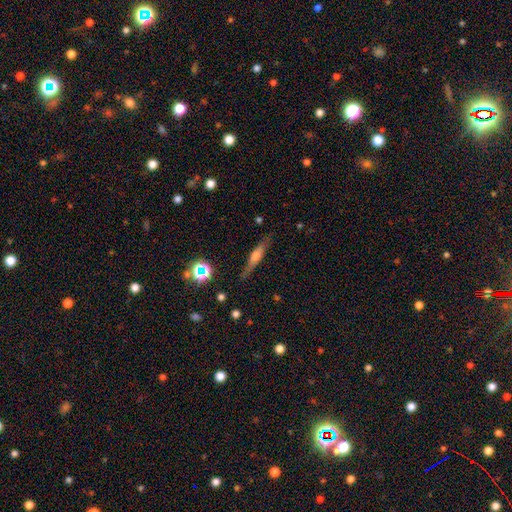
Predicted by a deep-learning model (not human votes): This appears to be a featured or disk galaxy (50%) viewed edge-on (91%). Merging: none (81%).